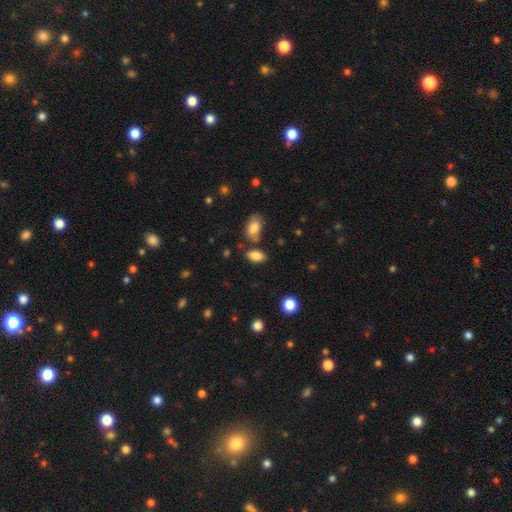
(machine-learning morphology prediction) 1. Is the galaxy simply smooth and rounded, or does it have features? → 85% smooth, 9% star or artifact, 7% featured or disk.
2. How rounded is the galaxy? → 91% in between, 6% round, 3% cigar-shaped.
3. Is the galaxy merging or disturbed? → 73% none, 14% minor disturbance, 10% merger, 4% major disturbance.